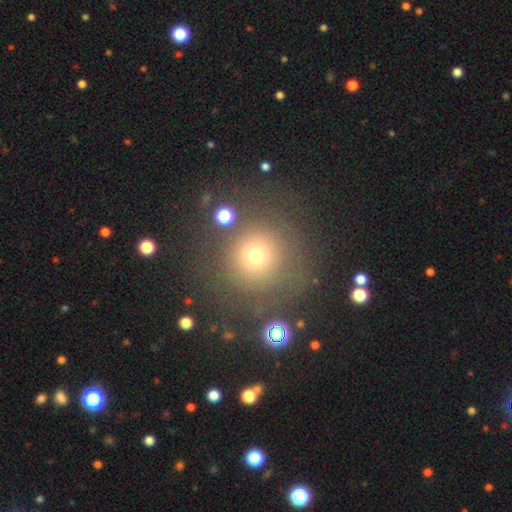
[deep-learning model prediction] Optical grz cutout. It shows a smooth galaxy with no disk features (65%) that is round (95%). Merging: none (78%).